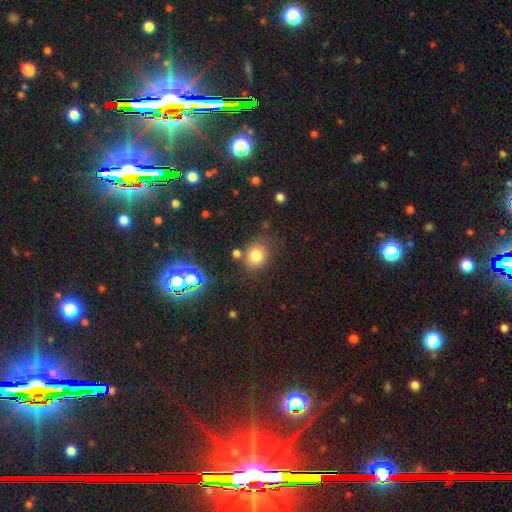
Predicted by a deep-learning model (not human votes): Smooth or featured: smooth — 77% (star or artifact — 16%)
How rounded: round — 73% (in between — 26%)
Merging: none — 72% (minor disturbance — 14%)